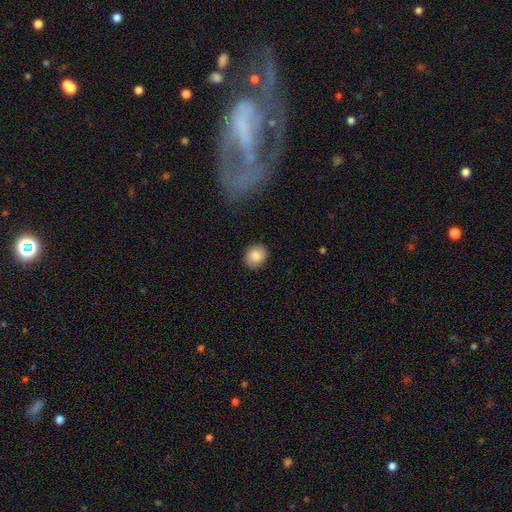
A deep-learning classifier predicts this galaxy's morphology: Smooth or featured? Predicted: smooth (p=0.85). How rounded? Predicted: round (p=0.65). Merging? Predicted: none (p=0.88).